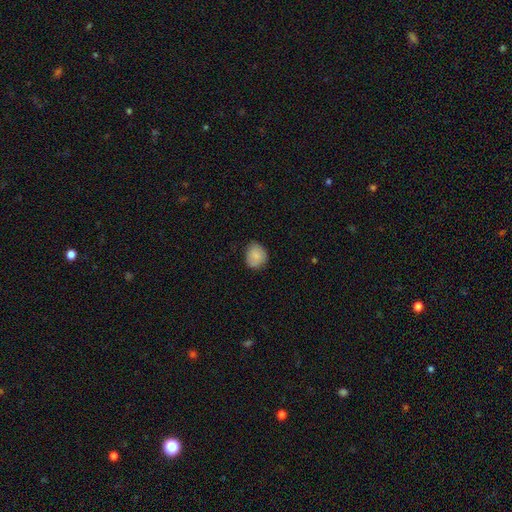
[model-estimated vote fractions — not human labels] Smooth or featured? Predicted: smooth (p=0.86). How rounded? Predicted: round (p=0.69). Merging? Predicted: none (p=0.74).